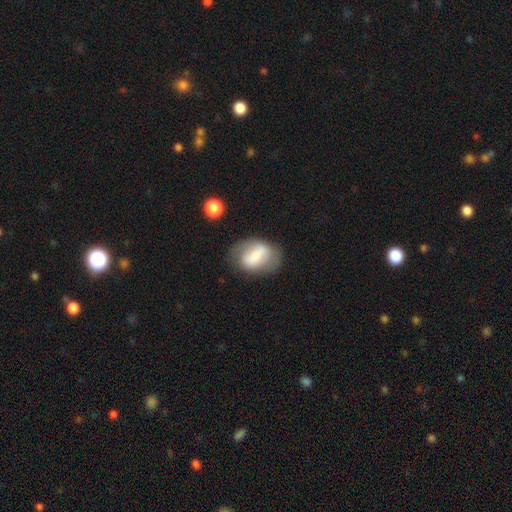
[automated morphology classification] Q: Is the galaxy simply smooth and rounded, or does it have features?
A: smooth — 52%.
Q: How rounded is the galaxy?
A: in between — 76%.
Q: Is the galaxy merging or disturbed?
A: none — 65%.